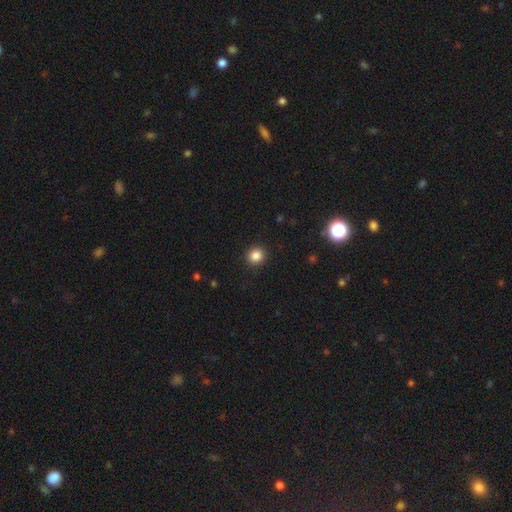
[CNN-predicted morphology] Smooth or featured: smooth — 84% (star or artifact — 12%)
How rounded: round — 89% (in between — 10%)
Merging: none — 92% (minor disturbance — 5%)